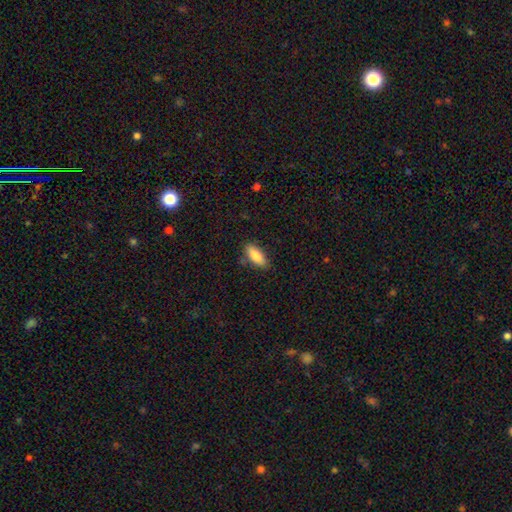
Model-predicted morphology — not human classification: type=smooth (84%); roundness=in between (76%); merging=none (80%).